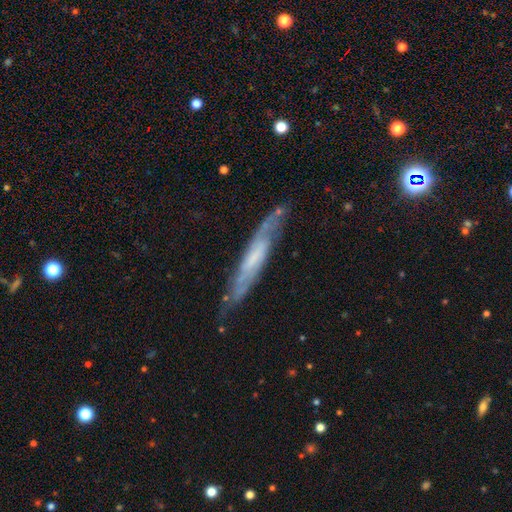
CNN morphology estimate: A featured or disk galaxy (69%) viewed edge-on (64%).

Vote fractions:
- Smooth or featured? featured or disk: 69% / smooth: 24% / star or artifact: 8%
- Edge-on disk? yes: 64% / no: 36%
- Merging? none: 75% / minor disturbance: 18% / major disturbance: 5% / merger: 2%